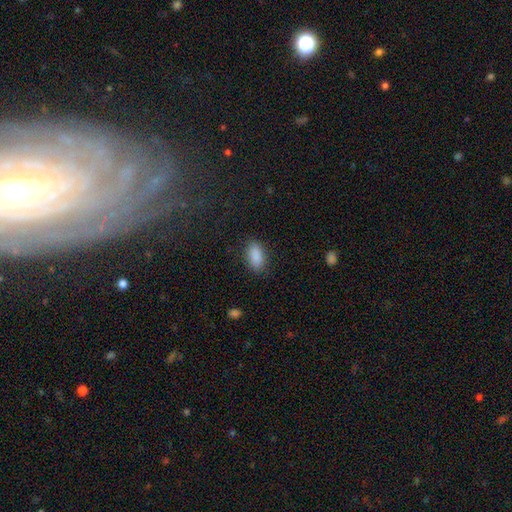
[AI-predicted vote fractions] This appears to be a smooth galaxy with no disk features (89%) that is in between round and cigar-shaped (91%). Merging: none (86%).